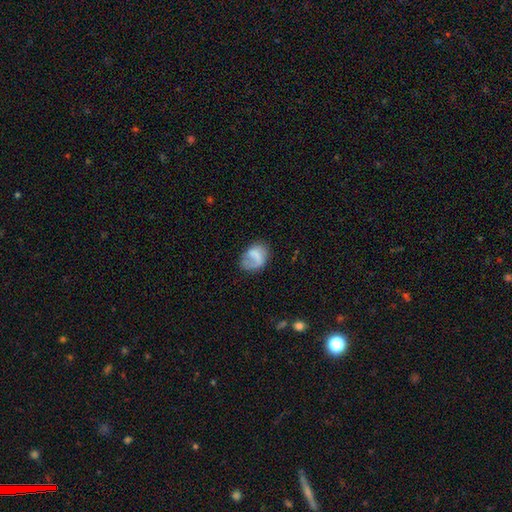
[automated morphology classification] smooth 60%, featured or disk 32%, star or artifact 8%. Down the decision tree: how rounded — in between (67%); merging — none (46%).